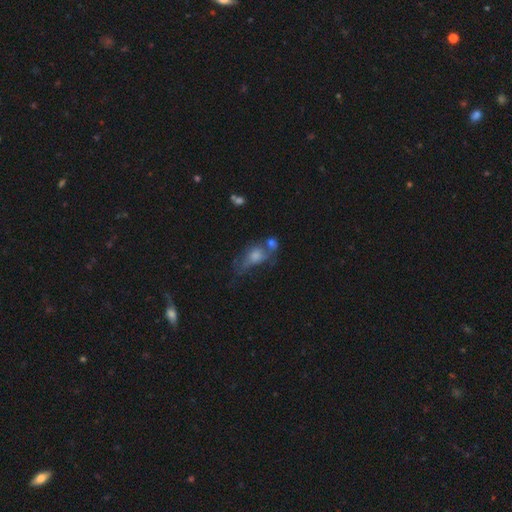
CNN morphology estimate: A smooth galaxy with no disk features (49%).

Vote fractions:
- Smooth or featured? smooth: 49% / featured or disk: 35% / star or artifact: 16%
- Merging? none: 31% / merger: 28% / major disturbance: 21% / minor disturbance: 20%